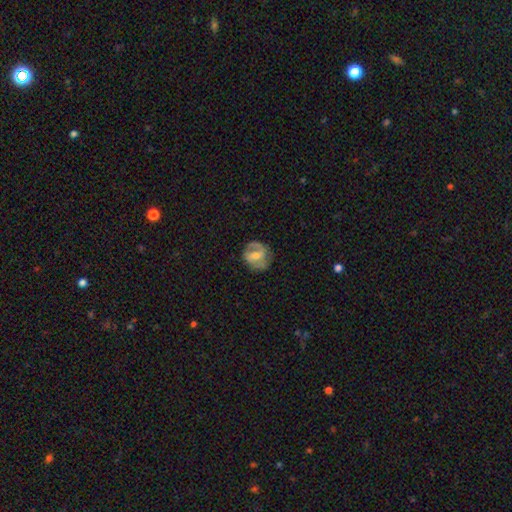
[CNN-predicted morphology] This appears to be a featured or disk galaxy (70%) with a weak bar (46%), 2 (78%) medium (47%) spiral arms (83%) and a moderate central bulge (51%). Merging: none (72%).